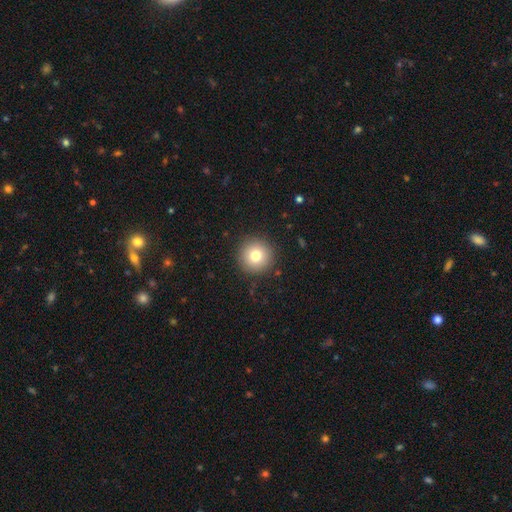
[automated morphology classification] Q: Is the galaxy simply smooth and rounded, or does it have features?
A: smooth — 76%.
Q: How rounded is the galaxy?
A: round — 96%.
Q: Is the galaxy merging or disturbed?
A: none — 91%.